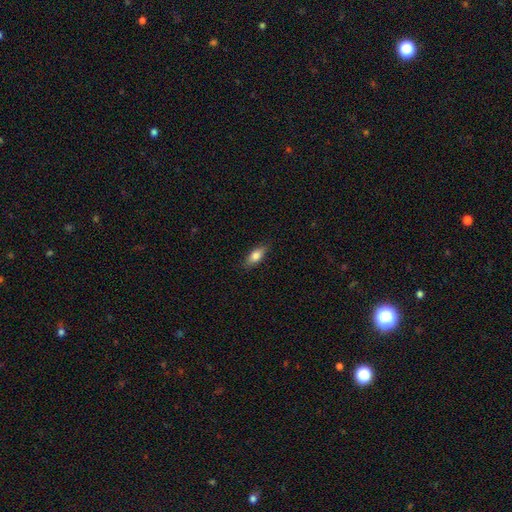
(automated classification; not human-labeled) Q: Smooth or featured?
A: smooth (76%); runner-up: featured or disk (17%)
Q: How rounded?
A: in between (76%); runner-up: cigar-shaped (21%)
Q: Merging?
A: none (84%); runner-up: minor disturbance (13%)